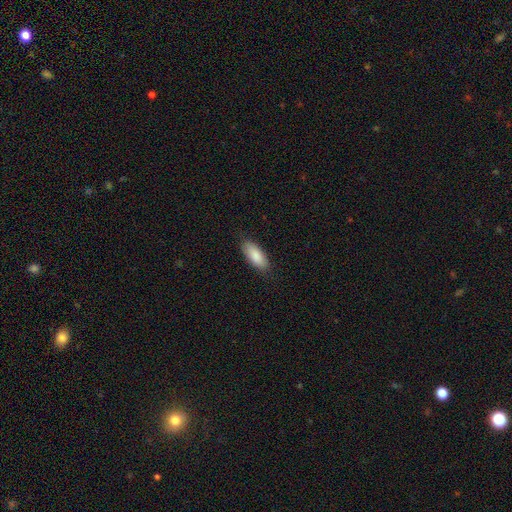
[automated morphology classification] Smooth or featured? smooth (87%)
How rounded? in between (81%)
Merging? none (84%)